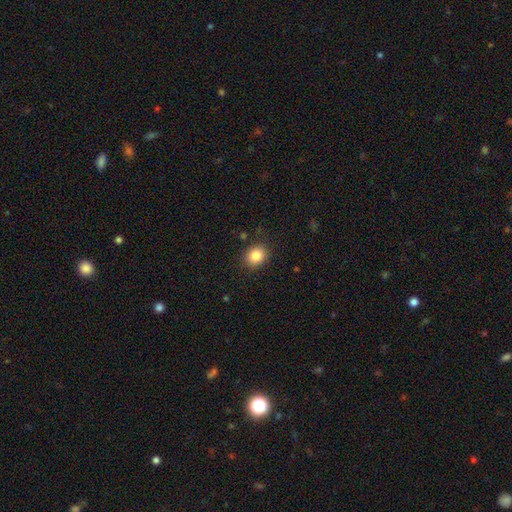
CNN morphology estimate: Overall: smooth (85%). How rounded: round (64%; in between 35%). Merging: none (87%).